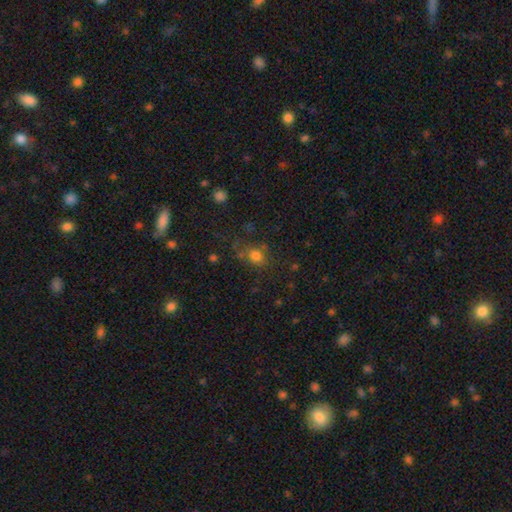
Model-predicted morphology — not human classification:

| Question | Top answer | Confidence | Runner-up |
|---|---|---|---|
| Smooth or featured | smooth | 76% | star or artifact (16%) |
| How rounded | round | 70% | in between (29%) |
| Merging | none | 65% | minor disturbance (18%) |